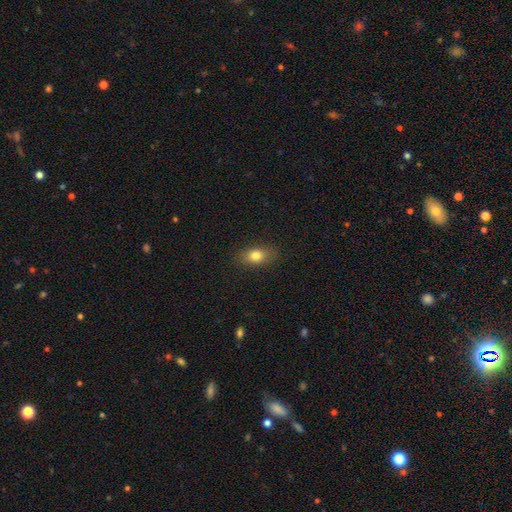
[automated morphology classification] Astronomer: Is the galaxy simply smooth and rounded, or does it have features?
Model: smooth — 80%.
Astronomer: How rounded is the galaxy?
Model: in between — 78%.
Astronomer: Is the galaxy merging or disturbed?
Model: none — 85%.